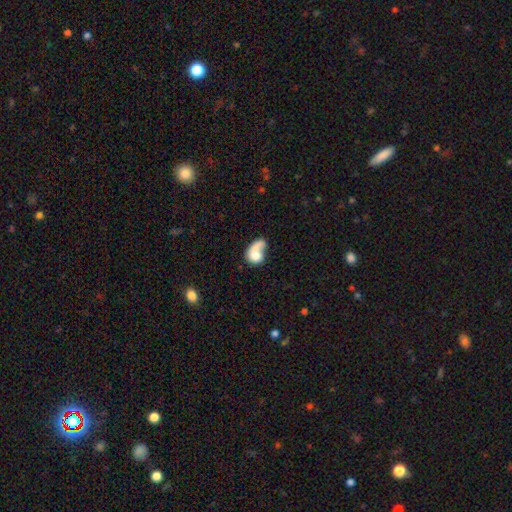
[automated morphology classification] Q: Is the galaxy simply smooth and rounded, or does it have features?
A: smooth — 60%.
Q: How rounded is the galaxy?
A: in between — 68%.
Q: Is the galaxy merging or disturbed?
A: merger — 32%.